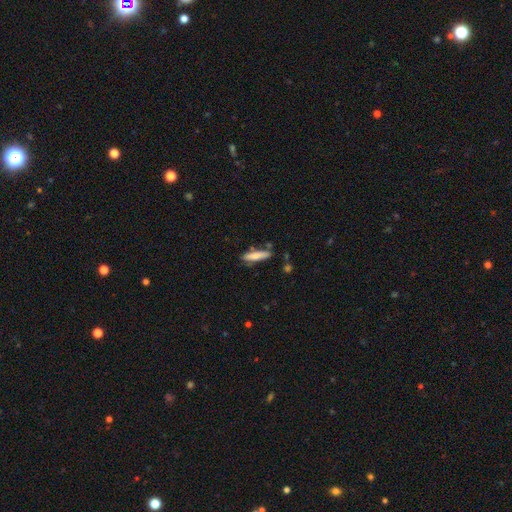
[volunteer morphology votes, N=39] type=smooth (77%); roundness=cigar-shaped (63%); merging=none (76%).